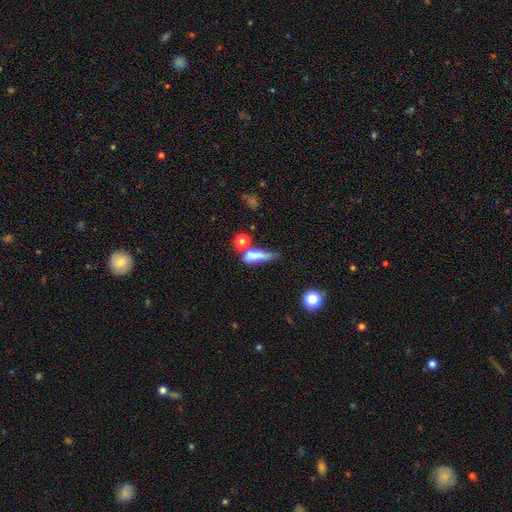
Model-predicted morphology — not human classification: This appears to be a smooth galaxy with no disk features (64%) that is cigar-shaped (53%). Merging: merger (28%).